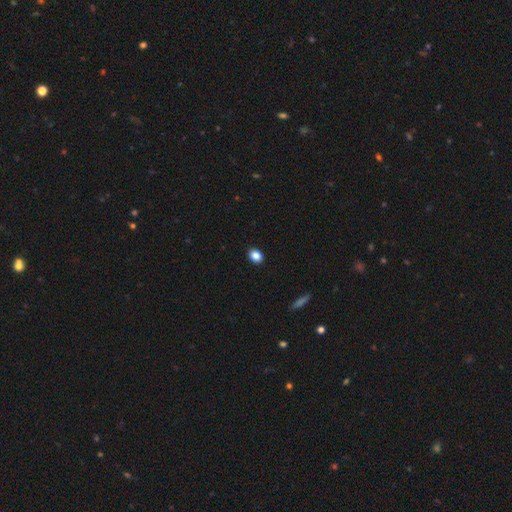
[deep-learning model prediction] This appears to be a smooth galaxy with no disk features (86%) that is in between round and cigar-shaped (64%). Merging: none (91%).